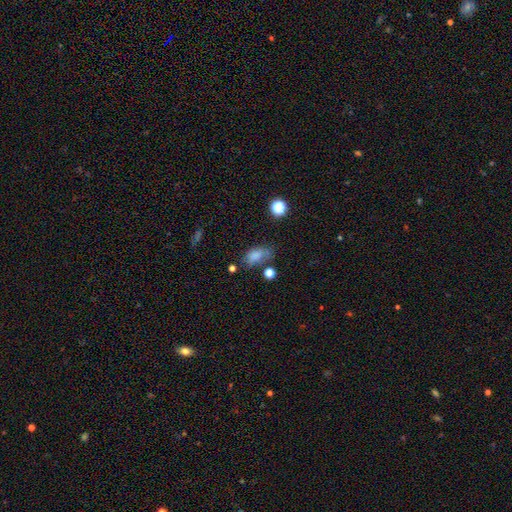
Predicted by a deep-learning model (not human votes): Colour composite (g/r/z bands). It shows a smooth galaxy with no disk features (74%) that is in between round and cigar-shaped (87%). Merging: none (52%).